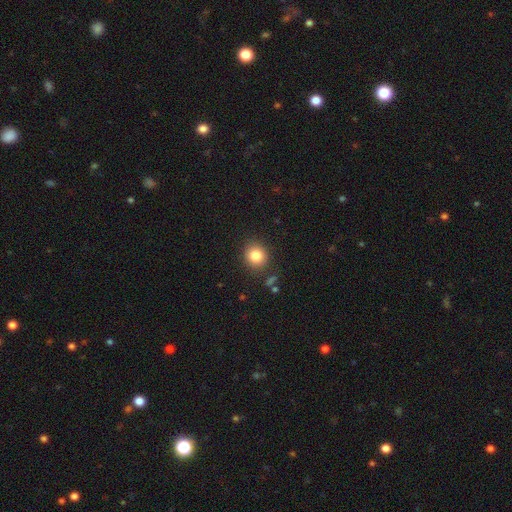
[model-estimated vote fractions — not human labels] A smooth galaxy with no disk features (83%) that is round (83%).

Vote fractions:
- Smooth or featured? smooth: 83% / star or artifact: 11% / featured or disk: 6%
- How rounded? round: 83% / in between: 16% / cigar-shaped: 1%
- Merging? none: 87% / minor disturbance: 9% / major disturbance: 3% / merger: 2%